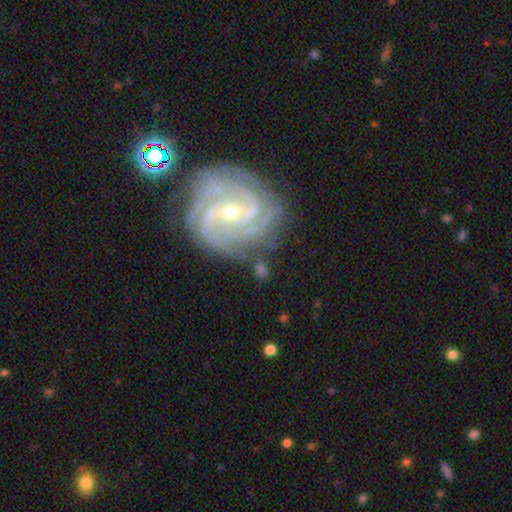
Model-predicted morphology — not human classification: Smooth or featured?
  - featured or disk: 89% *
  - star or artifact: 7%
  - smooth: 4%
Edge-on disk?
  - no: 97% *
  - yes: 3%
Bar?
  - weak: 41% *
  - no: 33%
  - strong: 26%
Spiral arms?
  - yes: 98% *
  - no: 2%
Spiral winding?
  - tight: 69% *
  - medium: 26%
  - loose: 4%
Spiral arm count?
  - 3: 27% *
  - 4: 26%
  - 2: 15%
  - can't tell: 14%
  - more than 4: 10%
  - 1: 7%
Bulge size?
  - small: 58% *
  - moderate: 39%
  - large: 1%
  - none: 1%
  - dominant: 1%
Merging?
  - none: 77% *
  - minor disturbance: 15%
  - major disturbance: 5%
  - merger: 3%